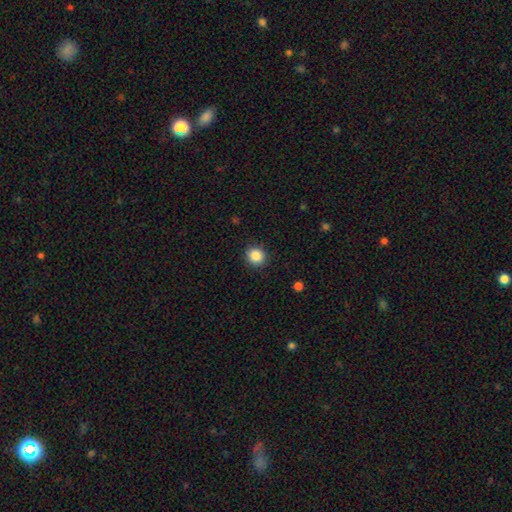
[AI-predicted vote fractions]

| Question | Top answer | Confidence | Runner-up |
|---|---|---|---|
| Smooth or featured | smooth | 87% | star or artifact (10%) |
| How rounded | round | 85% | in between (14%) |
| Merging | none | 90% | minor disturbance (7%) |